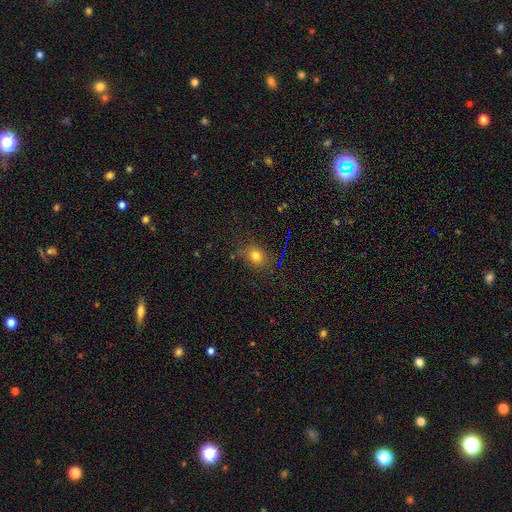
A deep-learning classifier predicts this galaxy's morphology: The model was most divided on "how rounded": in between: 52%, round: 46%, cigar-shaped: 1%. More confident: merging — none (78%); smooth or featured — smooth (76%).